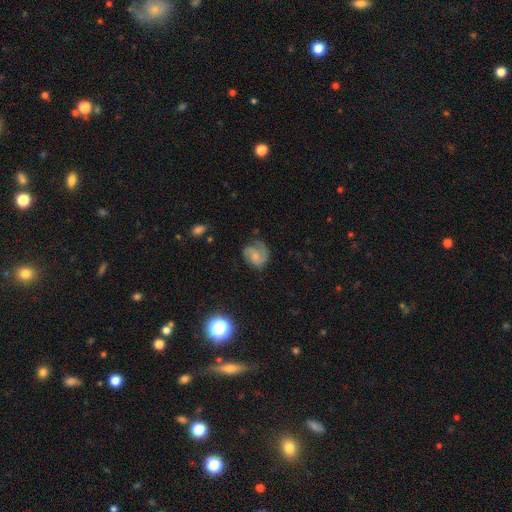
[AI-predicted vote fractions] smooth-or-featured: featured or disk: 67% | smooth: 24% | star or artifact: 9%
  disk-edge-on: no: 98% | yes: 2%
    bar: no: 60% | weak: 34% | strong: 6%
    has-spiral-arms: yes: 93% | no: 7%
      spiral-winding: medium: 47% | tight: 32% | loose: 21%
      spiral-arm-count: 2: 64% | 1: 15% | can't tell: 11% | 3: 7% | 4: 2% | more than 4: 2%
    bulge-size: small: 37% | none: 33% | moderate: 24% | large: 5% | dominant: 1%
  merging: none: 62% | minor disturbance: 22% | major disturbance: 15% | merger: 2%